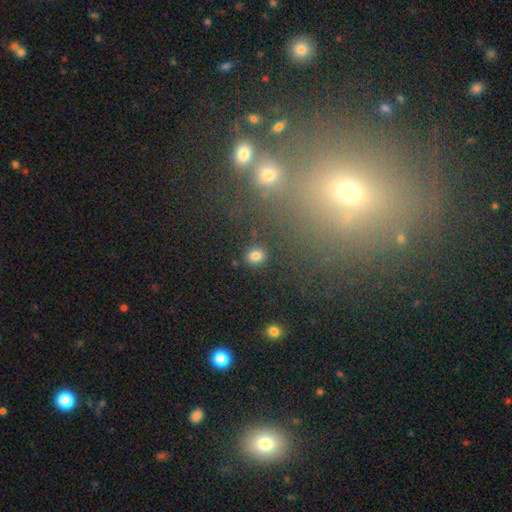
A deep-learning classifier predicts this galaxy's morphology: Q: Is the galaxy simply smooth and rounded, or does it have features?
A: smooth — 81%.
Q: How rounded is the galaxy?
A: round — 75%.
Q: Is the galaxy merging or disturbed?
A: none — 86%.